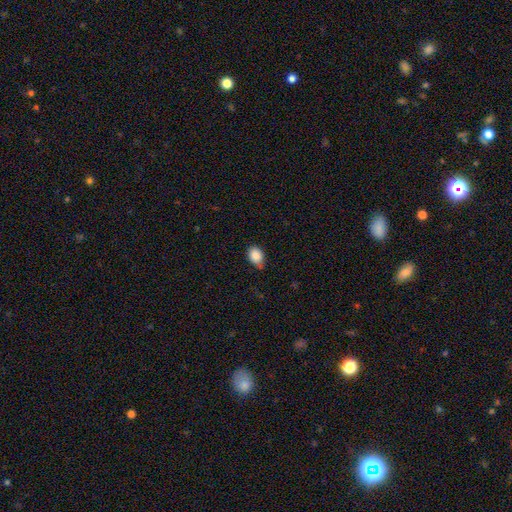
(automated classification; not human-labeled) This appears to be a smooth galaxy with no disk features (87%) that is in between round and cigar-shaped (63%). Merging: none (67%).